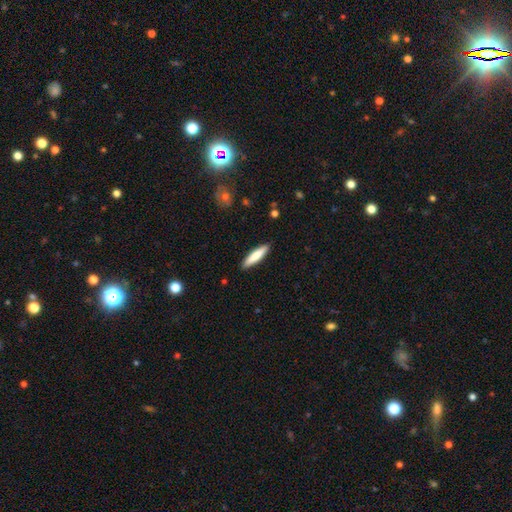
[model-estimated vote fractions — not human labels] A smooth galaxy with no disk features (77%) that is cigar-shaped (82%).

Vote fractions:
- Smooth or featured? smooth: 77% / featured or disk: 18% / star or artifact: 5%
- How rounded? cigar-shaped: 82% / in between: 17% / round: 1%
- Merging? none: 90% / minor disturbance: 8% / major disturbance: 2% / merger: 1%